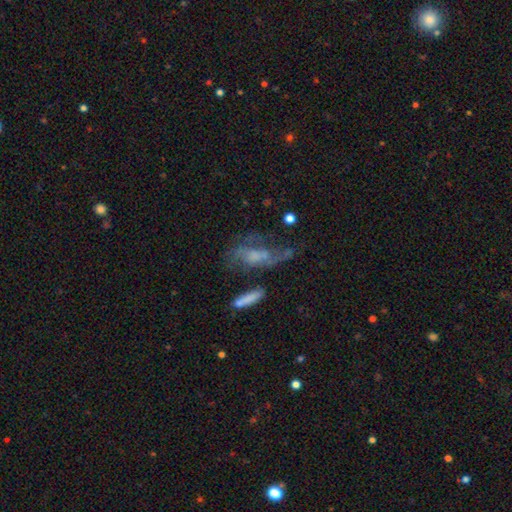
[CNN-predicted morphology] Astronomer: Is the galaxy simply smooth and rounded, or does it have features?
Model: featured or disk — 63%.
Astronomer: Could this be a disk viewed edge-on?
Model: no — 88%.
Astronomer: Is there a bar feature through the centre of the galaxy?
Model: no — 61%.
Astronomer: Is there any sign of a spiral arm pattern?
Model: yes — 66%.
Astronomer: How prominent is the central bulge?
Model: none — 31% (runner-up: moderate, 30%).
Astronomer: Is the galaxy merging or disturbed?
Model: none — 39% (runner-up: major disturbance, 32%).